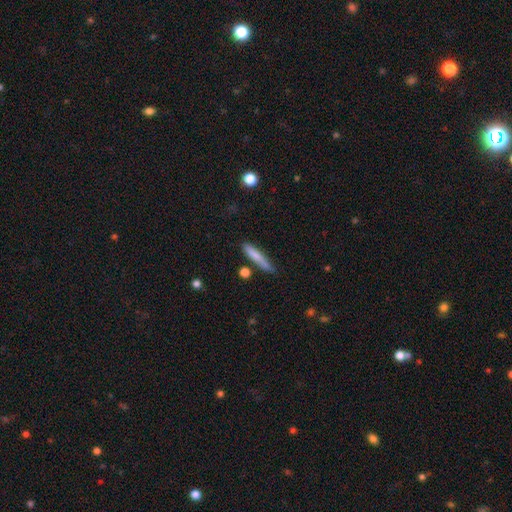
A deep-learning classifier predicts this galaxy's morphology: Smooth or featured? smooth (74%)
How rounded? cigar-shaped (90%)
Merging? none (73%)